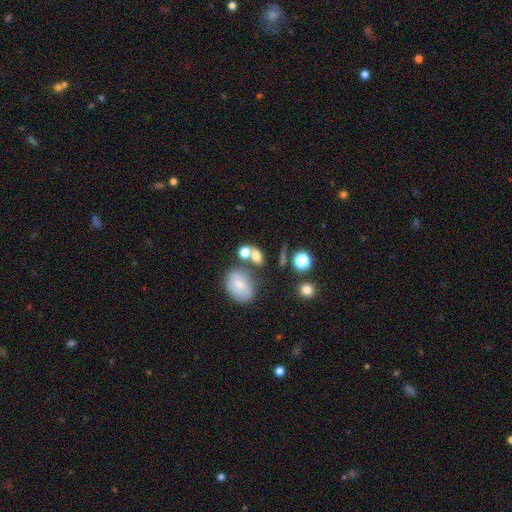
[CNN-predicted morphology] Smooth or featured?
  - smooth: 68% *
  - featured or disk: 18%
  - star or artifact: 14%
How rounded?
  - in between: 57% *
  - round: 37%
  - cigar-shaped: 6%
Merging?
  - none: 47% *
  - merger: 34%
  - minor disturbance: 12%
  - major disturbance: 7%